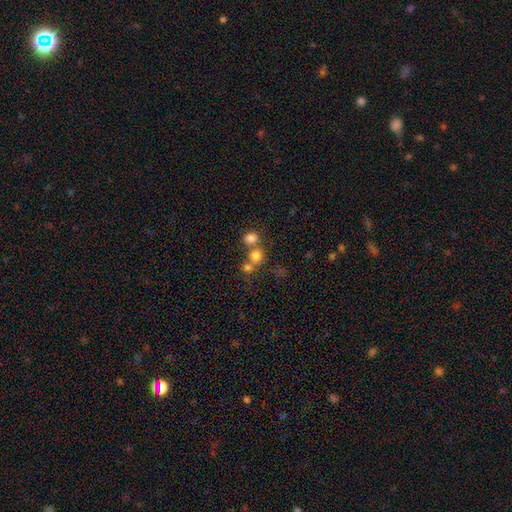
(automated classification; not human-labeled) This is likely a smooth galaxy (76%). How rounded: likely round (79%). Merging: possibly none (47%).